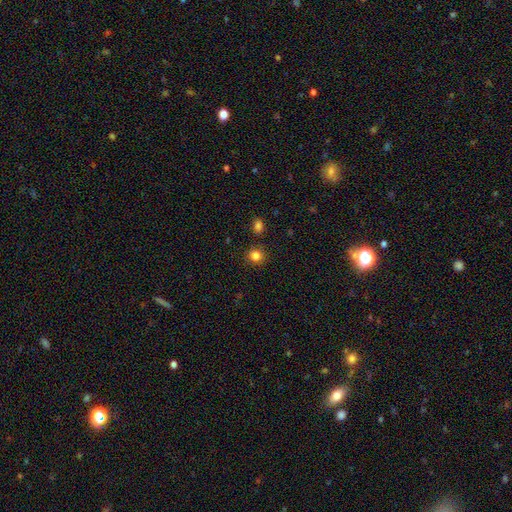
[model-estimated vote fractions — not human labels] Morphology: type=smooth (83%); roundness=round (87%); merging=none (86%).